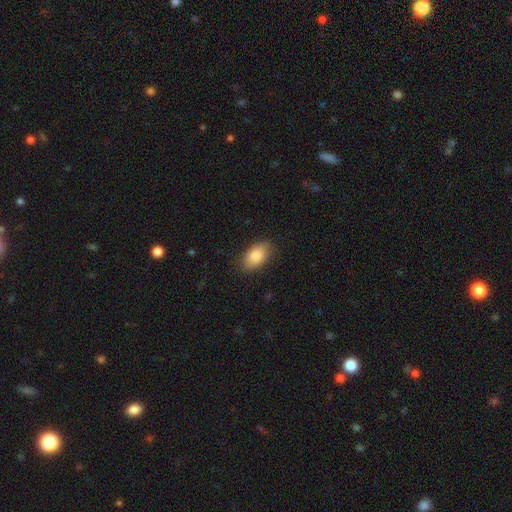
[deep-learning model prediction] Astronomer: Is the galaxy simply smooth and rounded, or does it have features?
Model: smooth — 86%.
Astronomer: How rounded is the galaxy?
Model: in between — 92%.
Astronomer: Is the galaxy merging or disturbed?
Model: none — 84%.